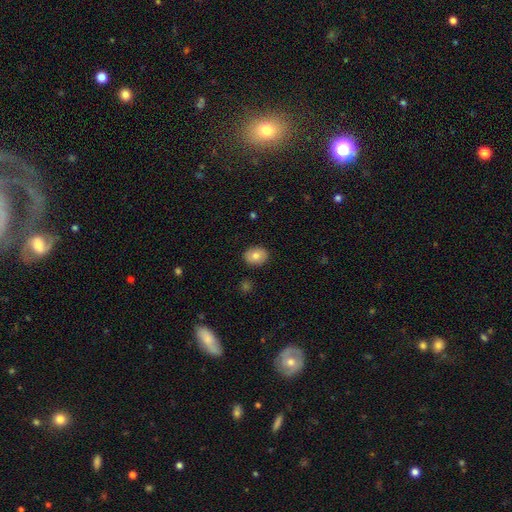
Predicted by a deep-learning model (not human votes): This appears to be a smooth galaxy with no disk features (78%) that is in between round and cigar-shaped (57%). Merging: none (88%).